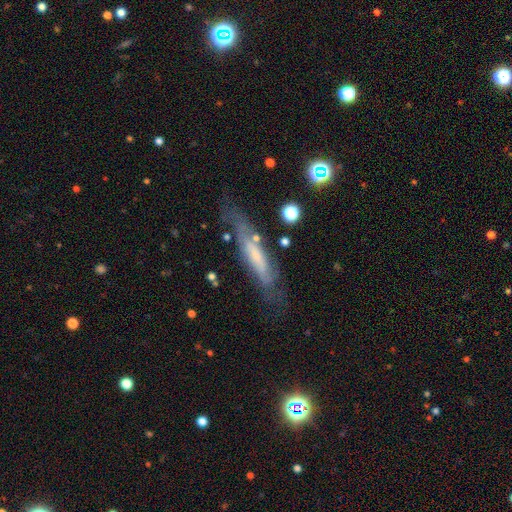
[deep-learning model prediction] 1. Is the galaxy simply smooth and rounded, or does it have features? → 53% featured or disk, 38% smooth, 9% star or artifact.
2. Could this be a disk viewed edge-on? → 58% yes, 42% no.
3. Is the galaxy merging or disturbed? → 60% none, 24% minor disturbance, 12% major disturbance, 4% merger.